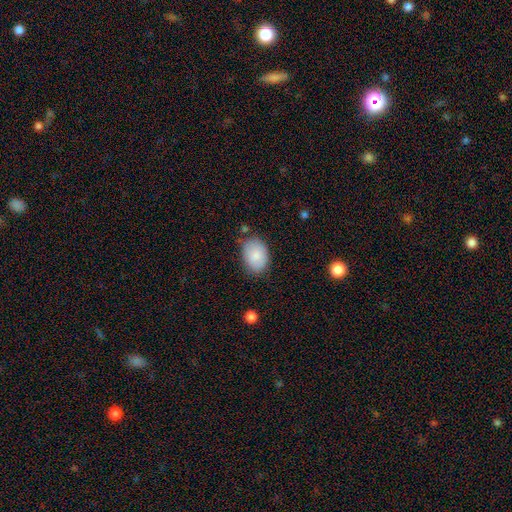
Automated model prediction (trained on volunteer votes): Q: Smooth or featured?
A: smooth (85%); runner-up: featured or disk (9%)
Q: How rounded?
A: in between (83%); runner-up: round (16%)
Q: Merging?
A: none (71%); runner-up: minor disturbance (22%)